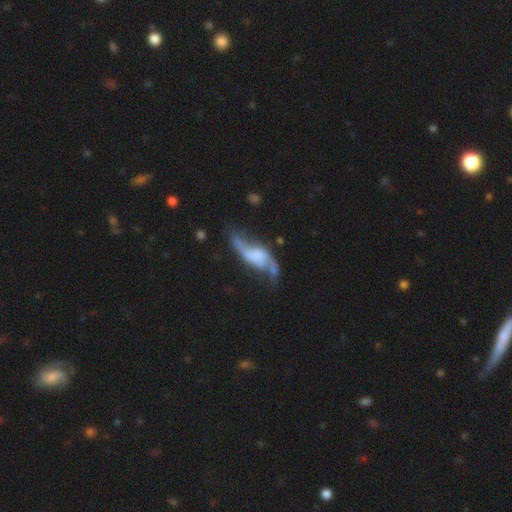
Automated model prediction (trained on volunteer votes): Q: Smooth or featured?
A: featured or disk (77%); runner-up: smooth (16%)
Q: Edge-on disk?
A: no (89%); runner-up: yes (11%)
Q: Bar?
A: no (49%); runner-up: weak (36%)
Q: Spiral arms?
A: yes (90%); runner-up: no (10%)
Q: Spiral winding?
A: loose (76%); runner-up: medium (19%)
Q: Spiral arm count?
A: 2 (88%); runner-up: can't tell (4%)
Q: Bulge size?
A: none (38%); runner-up: small (25%)
Q: Merging?
A: none (48%); runner-up: minor disturbance (23%)